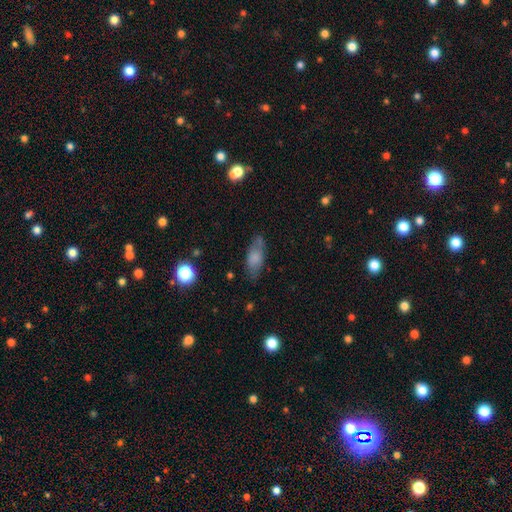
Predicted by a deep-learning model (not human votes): Q: Smooth or featured?
A: smooth (71%); runner-up: featured or disk (21%)
Q: How rounded?
A: in between (77%); runner-up: cigar-shaped (20%)
Q: Merging?
A: none (69%); runner-up: minor disturbance (22%)